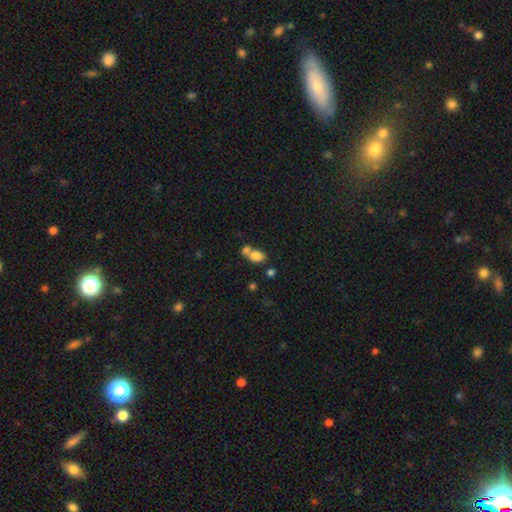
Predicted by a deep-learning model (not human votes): Smooth or featured: smooth — 79% (featured or disk — 12%)
How rounded: in between — 78% (round — 20%)
Merging: merger — 53% (none — 32%)